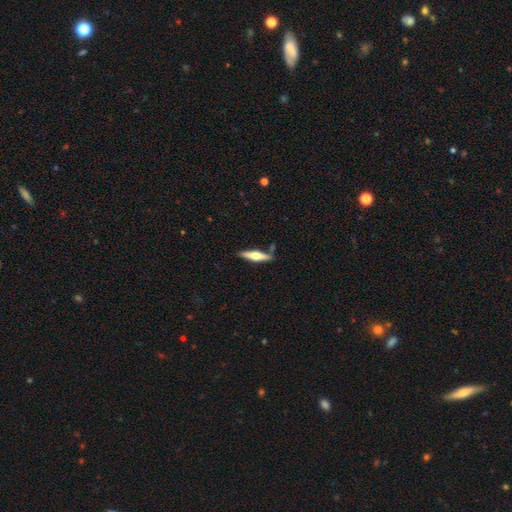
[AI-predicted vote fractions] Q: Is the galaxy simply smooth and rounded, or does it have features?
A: featured or disk — 60%.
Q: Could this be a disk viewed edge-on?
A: yes — 96%.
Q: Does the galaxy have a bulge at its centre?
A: rounded — 93%.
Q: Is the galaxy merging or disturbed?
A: none — 80%.